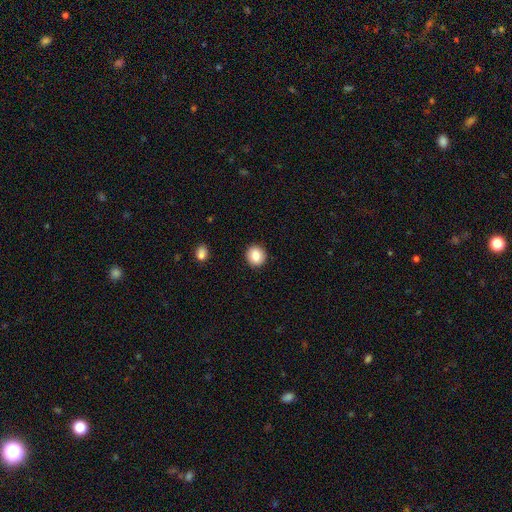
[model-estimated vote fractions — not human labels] smooth_or_featured: smooth (p=0.84) [alt: star or artifact p=0.09]
how_rounded: round (p=0.89) [alt: in between p=0.10]
merging: none (p=0.92) [alt: minor disturbance p=0.06]